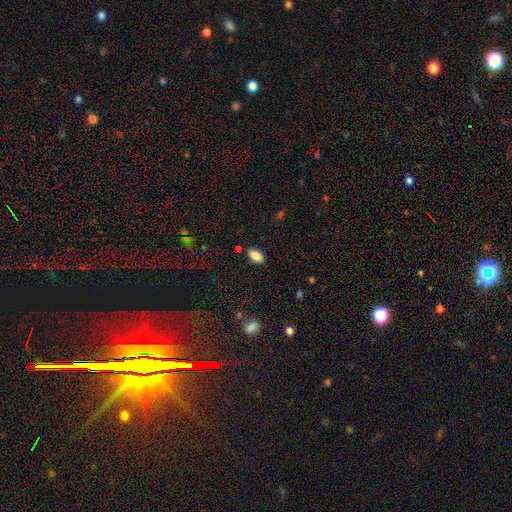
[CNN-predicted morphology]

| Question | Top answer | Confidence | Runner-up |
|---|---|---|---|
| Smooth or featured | smooth | 86% | star or artifact (8%) |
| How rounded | in between | 92% | cigar-shaped (5%) |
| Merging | none | 84% | minor disturbance (11%) |